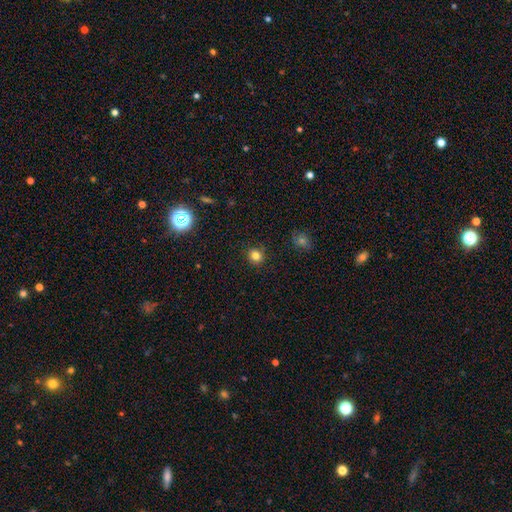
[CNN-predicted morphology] A smooth galaxy with no disk features (81%) that is round (86%).

Vote fractions:
- Smooth or featured? smooth: 81% / star or artifact: 13% / featured or disk: 5%
- How rounded? round: 86% / in between: 13% / cigar-shaped: 1%
- Merging? none: 90% / minor disturbance: 7% / major disturbance: 2% / merger: 1%